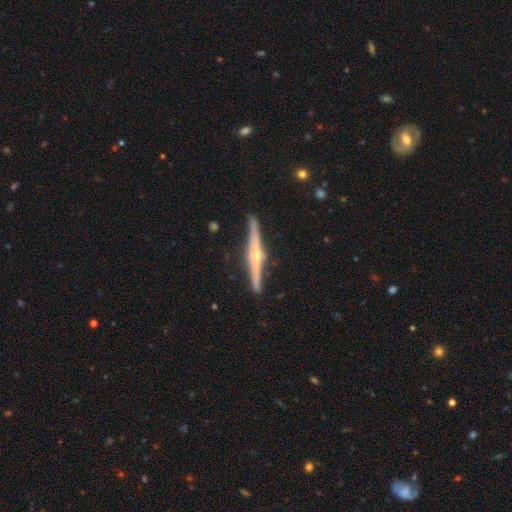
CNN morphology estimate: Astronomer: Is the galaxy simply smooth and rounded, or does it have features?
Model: featured or disk — 84%.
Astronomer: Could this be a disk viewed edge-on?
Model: yes — 98%.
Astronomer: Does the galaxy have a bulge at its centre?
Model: rounded — 88%.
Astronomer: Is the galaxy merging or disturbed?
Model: none — 89%.